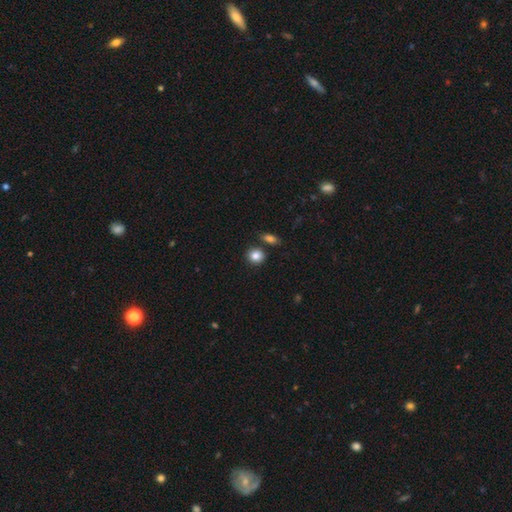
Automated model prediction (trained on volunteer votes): Smooth or featured? Predicted: smooth (p=0.85). How rounded? Predicted: round (p=0.80). Merging? Predicted: none (p=0.80).